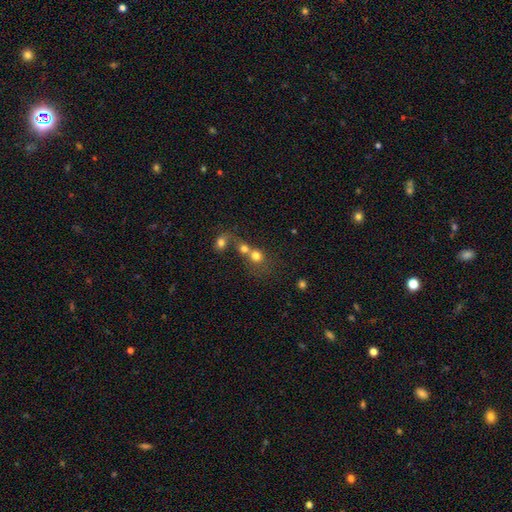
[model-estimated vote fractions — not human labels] Q: Smooth or featured?
A: smooth (73%); runner-up: featured or disk (13%)
Q: How rounded?
A: round (79%); runner-up: in between (19%)
Q: Merging?
A: merger (60%); runner-up: none (29%)